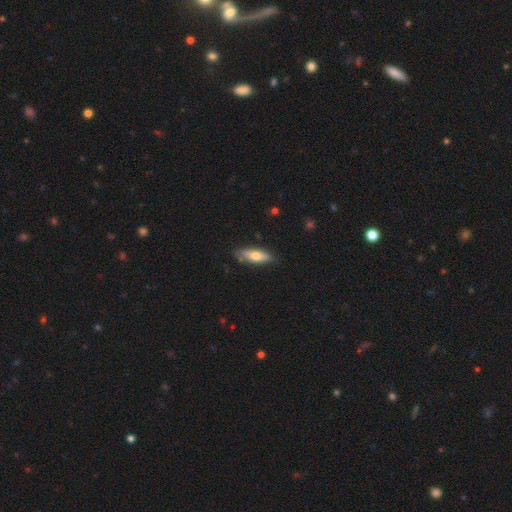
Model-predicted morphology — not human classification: smooth_or_featured: smooth (p=0.65) [alt: featured or disk p=0.29]
how_rounded: in between (p=0.54) [alt: cigar-shaped p=0.43]
merging: none (p=0.81) [alt: minor disturbance p=0.15]